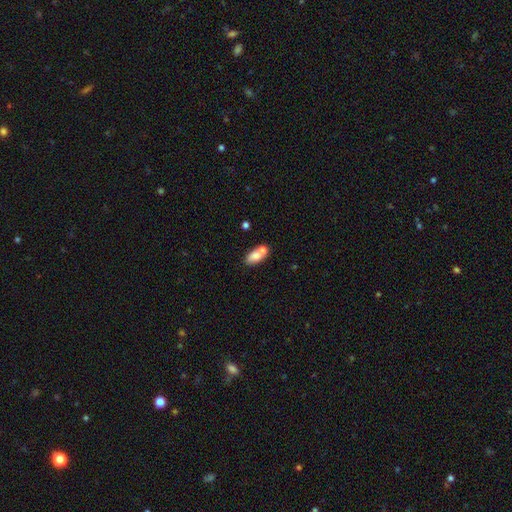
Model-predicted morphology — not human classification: A smooth galaxy with no disk features (75%) that is in between round and cigar-shaped (84%). Merging: none (45%).